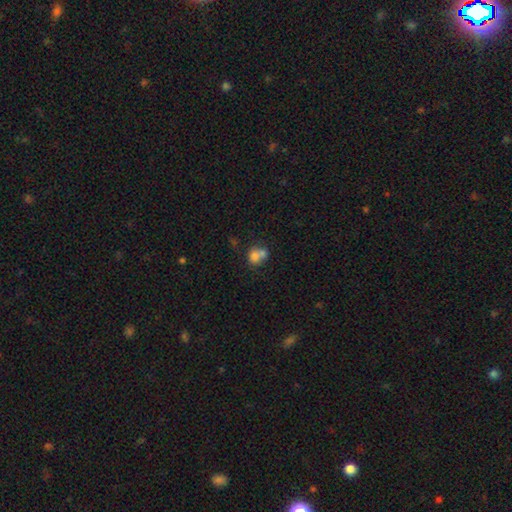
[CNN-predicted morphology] smooth 73%, featured or disk 16%, star or artifact 11%. Down the decision tree: how rounded — round (65%); merging — merger (58%).